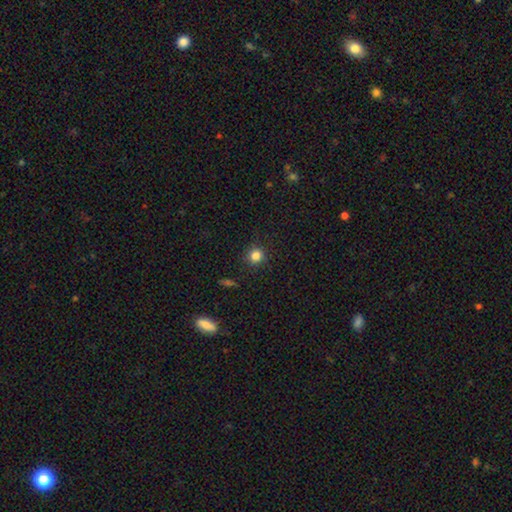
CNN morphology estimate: Smooth or featured? Predicted: smooth (p=0.83). How rounded? Predicted: round (p=0.92). Merging? Predicted: none (p=0.90).